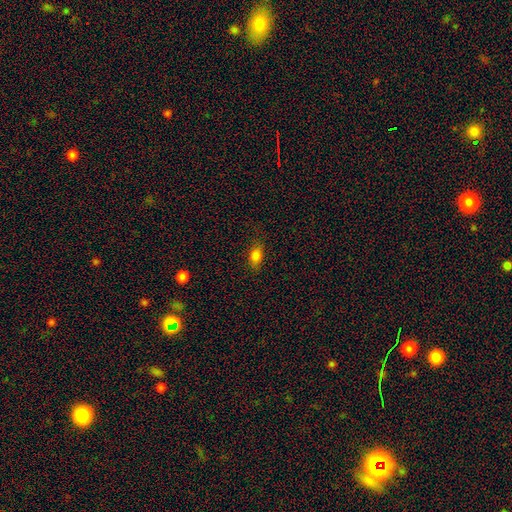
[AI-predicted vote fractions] smooth-or-featured: smooth: 82% | star or artifact: 11% | featured or disk: 7%
  how-rounded: in between: 85% | round: 9% | cigar-shaped: 6%
  merging: none: 81% | minor disturbance: 14% | major disturbance: 4% | merger: 1%